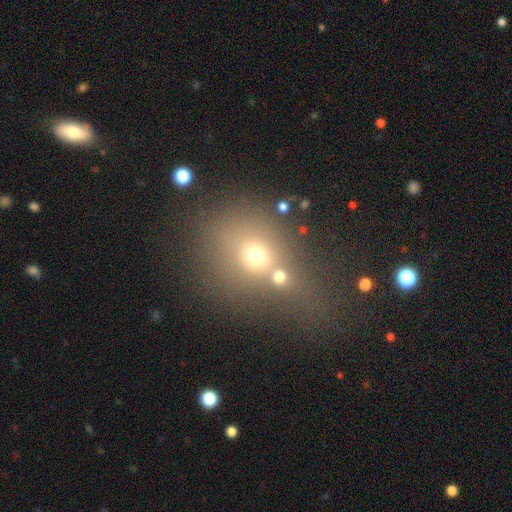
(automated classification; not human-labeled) smooth-or-featured: smooth: 62% | star or artifact: 21% | featured or disk: 17%
  how-rounded: round: 70% | in between: 29% | cigar-shaped: 2%
  merging: merger: 43% | none: 38% | minor disturbance: 11% | major disturbance: 9%